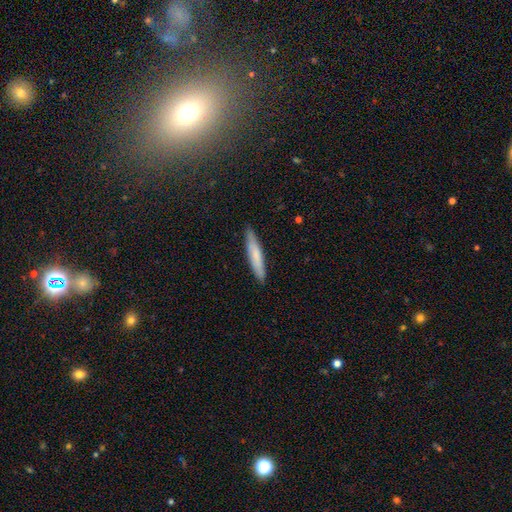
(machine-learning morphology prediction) The model was most divided on "smooth or featured": smooth: 72%, featured or disk: 22%, star or artifact: 6%. More confident: how rounded — cigar-shaped (92%); merging — none (90%).